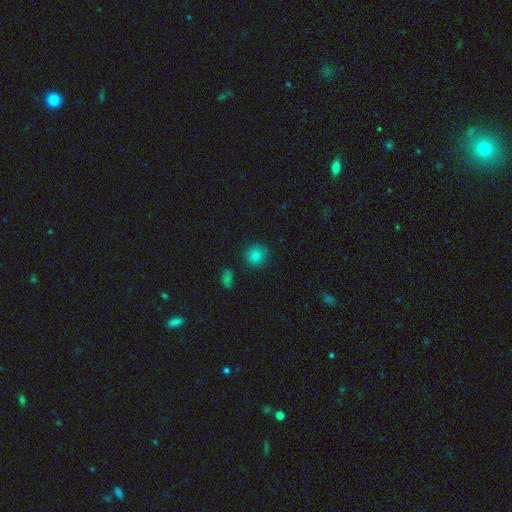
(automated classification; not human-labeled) A smooth galaxy with no disk features (83%) that is round (90%). Merging: none (84%).